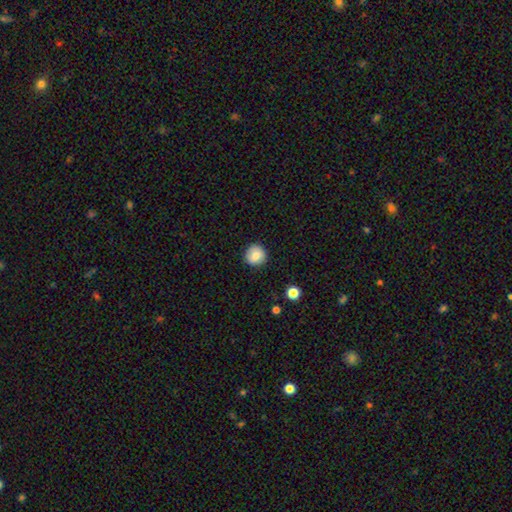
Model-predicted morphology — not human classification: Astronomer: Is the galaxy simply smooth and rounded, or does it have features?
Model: smooth — 82%.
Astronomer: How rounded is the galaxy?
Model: round — 93%.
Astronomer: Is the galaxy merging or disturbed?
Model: none — 89%.